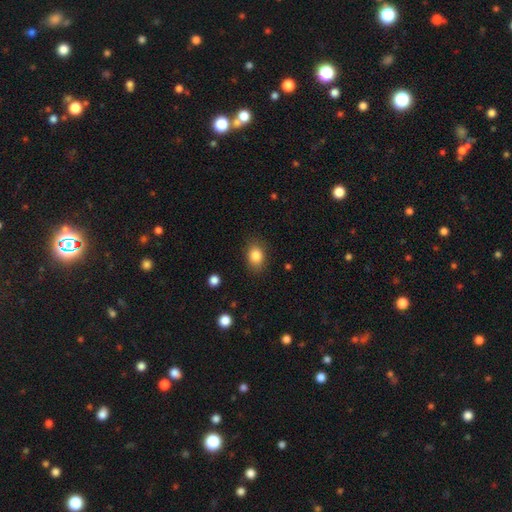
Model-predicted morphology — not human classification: type=smooth (85%); roundness=in between (68%); merging=none (82%).